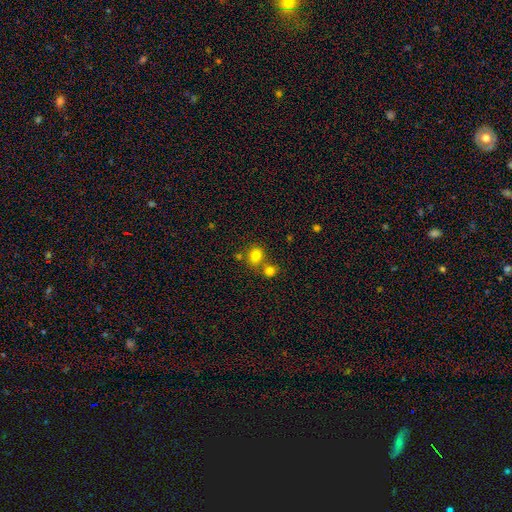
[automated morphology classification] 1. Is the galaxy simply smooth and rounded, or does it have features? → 80% smooth, 13% star or artifact, 7% featured or disk.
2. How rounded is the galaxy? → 70% round, 29% in between, 1% cigar-shaped.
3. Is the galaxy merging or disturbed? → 58% none, 30% merger, 9% minor disturbance, 4% major disturbance.